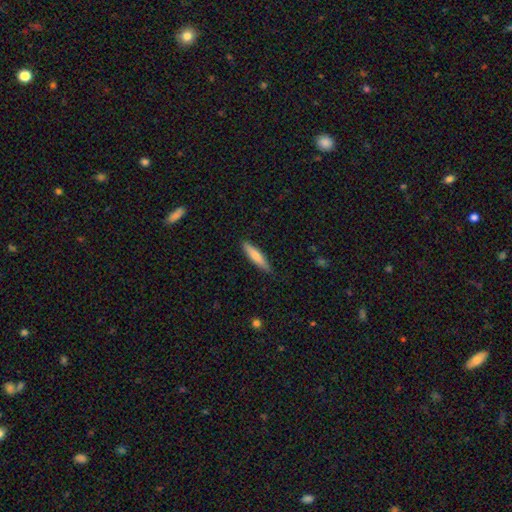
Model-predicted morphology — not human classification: The model was most divided on "smooth or featured": smooth: 73%, featured or disk: 21%, star or artifact: 5%. More confident: merging — none (85%); how rounded — cigar-shaped (83%).